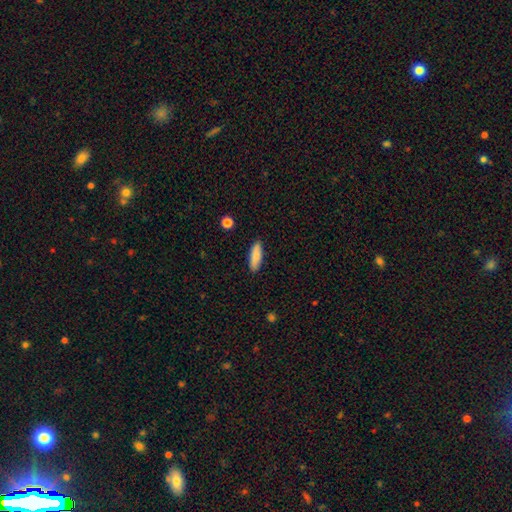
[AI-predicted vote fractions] smooth_or_featured: smooth (p=0.85) [alt: featured or disk p=0.08]
how_rounded: in between (p=0.51) [alt: cigar-shaped p=0.47]
merging: none (p=0.88) [alt: minor disturbance p=0.09]